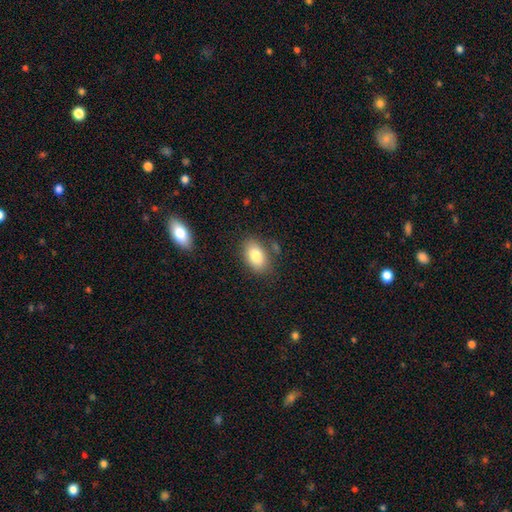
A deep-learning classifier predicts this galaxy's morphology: A smooth galaxy with no disk features (81%) that is in between round and cigar-shaped (89%).

Vote fractions:
- Smooth or featured? smooth: 81% / featured or disk: 11% / star or artifact: 8%
- How rounded? in between: 89% / round: 9% / cigar-shaped: 2%
- Merging? none: 79% / minor disturbance: 13% / merger: 5% / major disturbance: 4%